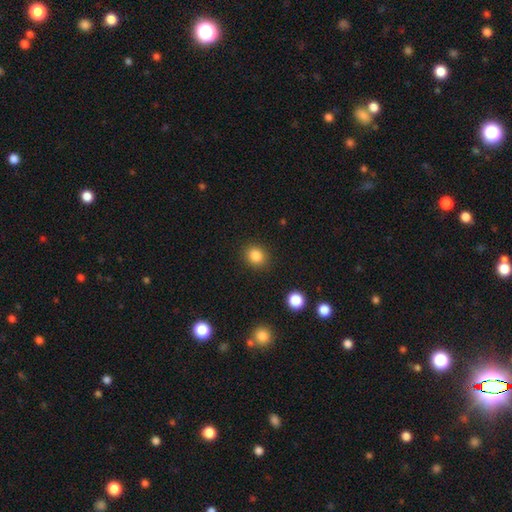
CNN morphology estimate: Smooth or featured? Predicted: smooth (p=0.84). How rounded? Predicted: round (p=0.74). Merging? Predicted: none (p=0.89).